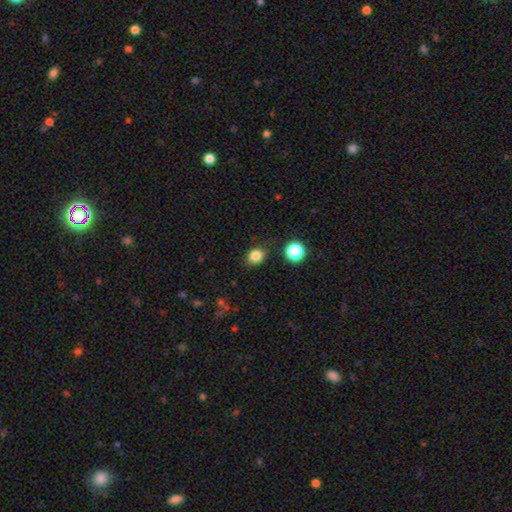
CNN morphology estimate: A smooth galaxy with no disk features (83%) that is round (55%). Merging: none (84%).